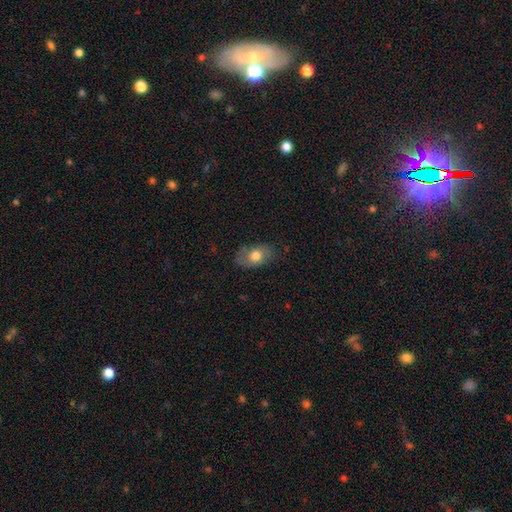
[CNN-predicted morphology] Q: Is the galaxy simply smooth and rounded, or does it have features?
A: smooth — 71%.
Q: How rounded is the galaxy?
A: in between — 88%.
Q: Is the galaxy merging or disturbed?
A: none — 71%.